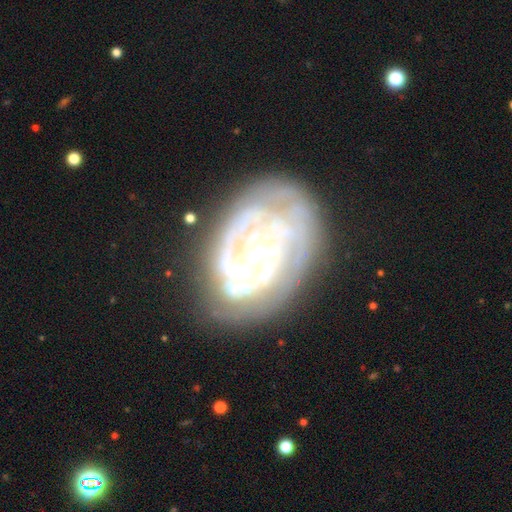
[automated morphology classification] A featured or disk galaxy (83%) with no bar (45%), tight (69%) spiral arms (89%) and a small central bulge (61%).

Vote fractions:
- Smooth or featured? featured or disk: 83% / smooth: 10% / star or artifact: 7%
- Edge-on disk? no: 97% / yes: 3%
- Bar? no: 45% / weak: 38% / strong: 18%
- Spiral arms? yes: 89% / no: 11%
- Spiral winding? tight: 69% / medium: 24% / loose: 7%
- Spiral arm count? can't tell: 36% / 2: 27% / 3: 17% / 1: 8% / 4: 7% / more than 4: 5%
- Bulge size? small: 61% / none: 19% / moderate: 16% / large: 3% / dominant: 1%
- Merging? none: 64% / minor disturbance: 20% / major disturbance: 12% / merger: 3%